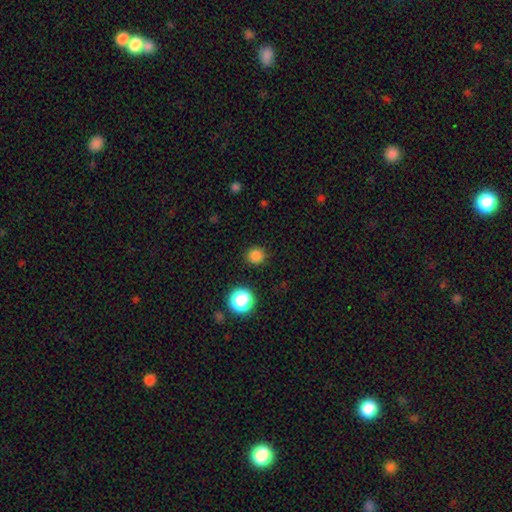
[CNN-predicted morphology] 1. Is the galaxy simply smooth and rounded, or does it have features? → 82% smooth, 15% star or artifact, 3% featured or disk.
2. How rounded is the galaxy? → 94% round, 5% in between, 1% cigar-shaped.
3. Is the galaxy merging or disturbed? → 89% none, 7% minor disturbance, 3% major disturbance, 2% merger.